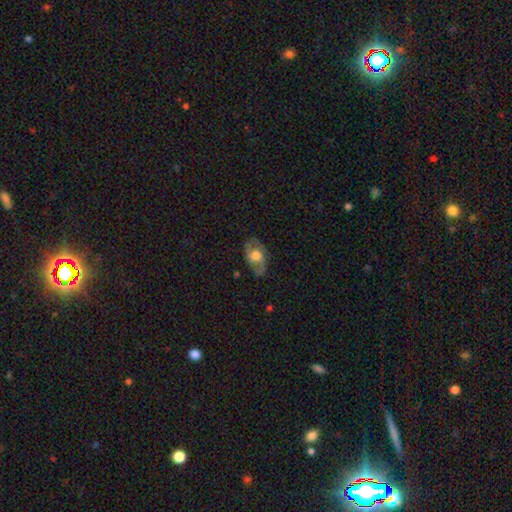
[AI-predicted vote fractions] Overall: featured or disk (65%; smooth 29%). Edge-on disk: no (92%). Bar: no (63%; weak 31%). Spiral arms: yes (77%). Bulge size: moderate (48%; large 41%). Merging: none (75%).